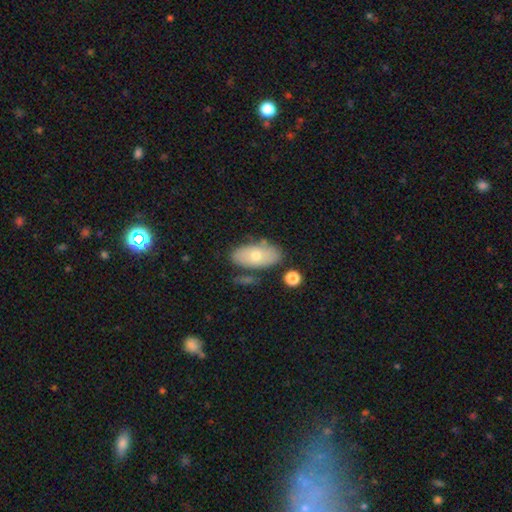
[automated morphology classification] The model was most divided on "smooth or featured": smooth: 67%, featured or disk: 26%, star or artifact: 7%. More confident: how rounded — in between (92%); merging — none (75%).